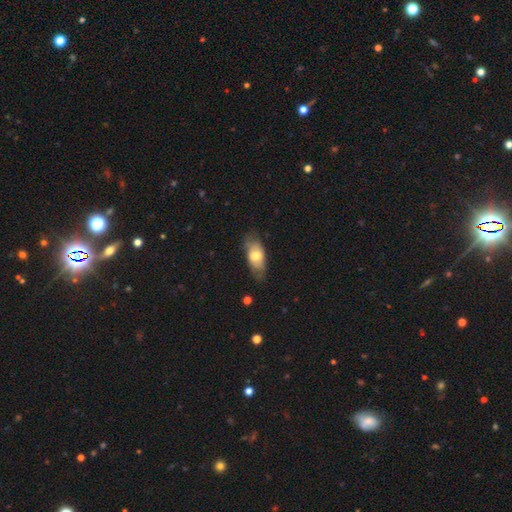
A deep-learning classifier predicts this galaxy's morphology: A smooth galaxy with no disk features (66%) that is in between round and cigar-shaped (87%).

Vote fractions:
- Smooth or featured? smooth: 66% / featured or disk: 28% / star or artifact: 6%
- How rounded? in between: 87% / cigar-shaped: 9% / round: 4%
- Merging? none: 68% / minor disturbance: 25% / major disturbance: 6% / merger: 1%